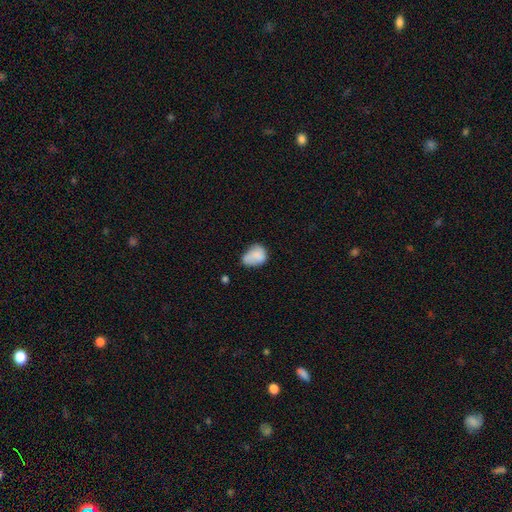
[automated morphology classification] Smooth or featured: smooth — 76% (featured or disk — 15%)
How rounded: in between — 68% (round — 31%)
Merging: minor disturbance — 37% (none — 35%)